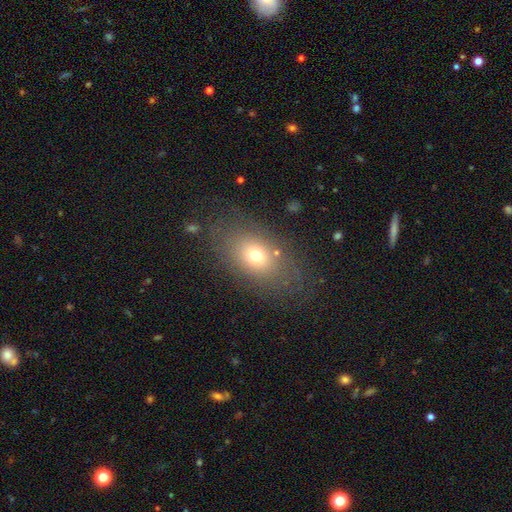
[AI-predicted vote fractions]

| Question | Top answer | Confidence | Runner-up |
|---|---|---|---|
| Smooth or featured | smooth | 67% | featured or disk (19%) |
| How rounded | in between | 79% | round (19%) |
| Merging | none | 76% | minor disturbance (14%) |